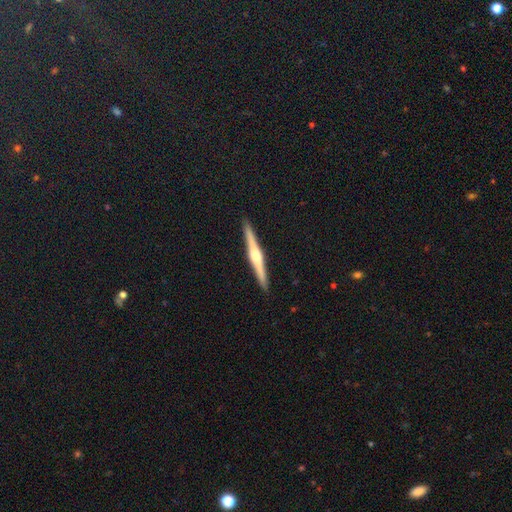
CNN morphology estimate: type=featured or disk (74%); edge-on=yes (99%); edge-on bulge=rounded (85%); merging=none (92%).